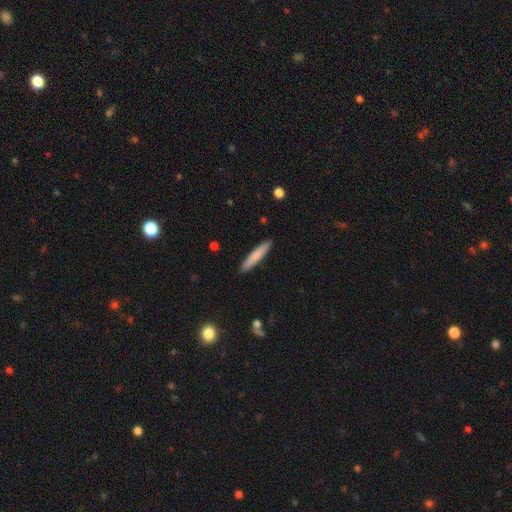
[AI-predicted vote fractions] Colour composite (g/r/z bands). It shows a smooth galaxy with no disk features (76%) that is cigar-shaped (92%). Merging: none (91%).